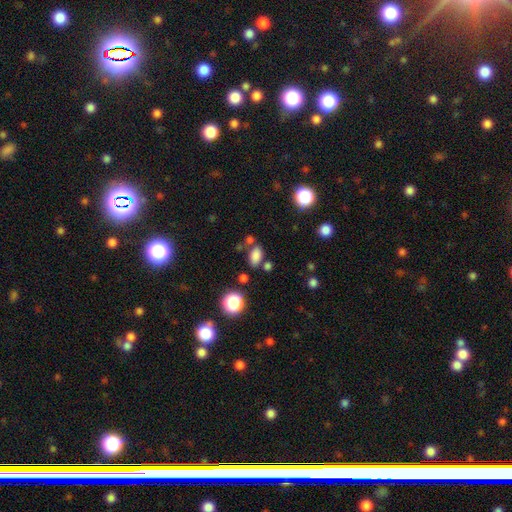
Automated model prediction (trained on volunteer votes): Morphology: type=smooth (80%); roundness=in between (87%); merging=none (70%).